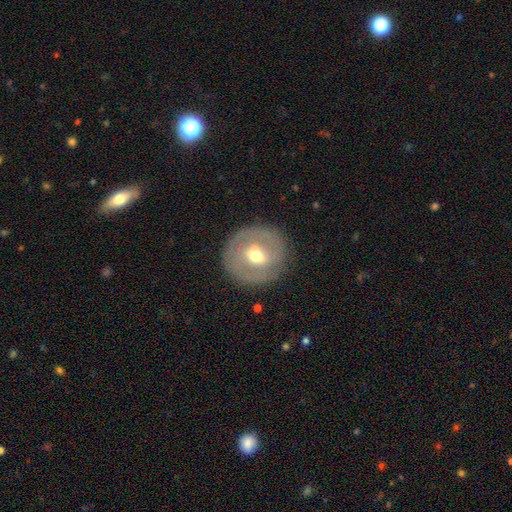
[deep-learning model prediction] Smooth or featured? Predicted: featured or disk (p=0.56). Edge-on disk? Predicted: no (p=0.94). Bar? Predicted: weak (p=0.45). Spiral arms? Predicted: no (p=0.60). Bulge size? Predicted: moderate (p=0.69). Merging? Predicted: none (p=0.85).